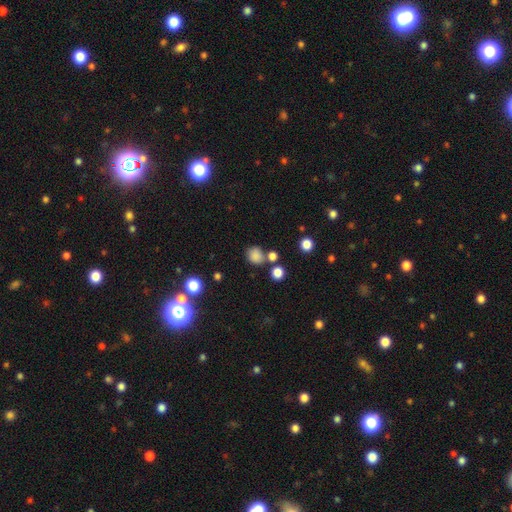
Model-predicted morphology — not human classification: smooth_or_featured: smooth (p=0.81) [alt: star or artifact p=0.13]
how_rounded: round (p=0.78) [alt: in between p=0.21]
merging: none (p=0.68) [alt: merger p=0.14]